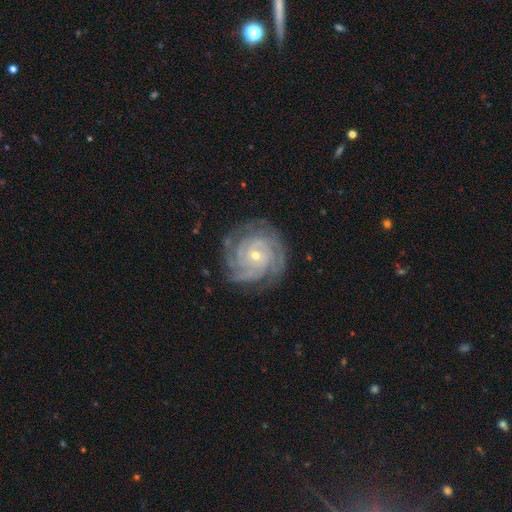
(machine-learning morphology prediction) A featured or disk galaxy (89%) with no bar (72%), 4 (27%) tight (81%) spiral arms (98%) and a small central bulge (69%). Merging: none (81%).